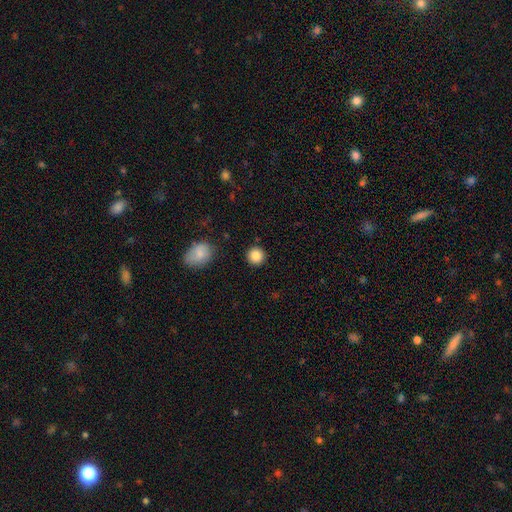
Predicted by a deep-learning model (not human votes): A smooth galaxy with no disk features (86%) that is round (92%). Merging: none (90%).